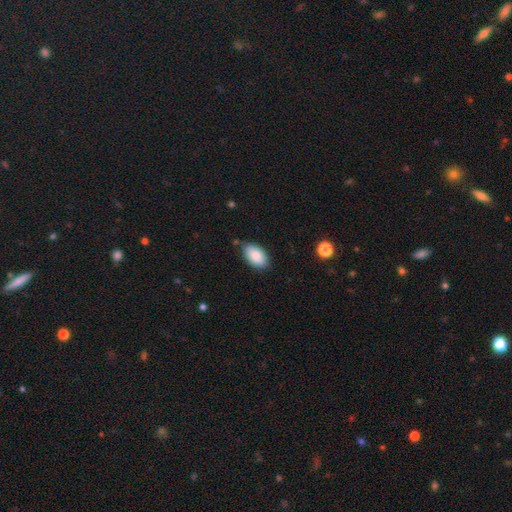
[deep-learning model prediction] smooth-or-featured: smooth: 88% | star or artifact: 6% | featured or disk: 6%
  how-rounded: in between: 95% | round: 4% | cigar-shaped: 2%
  merging: none: 79% | minor disturbance: 16% | major disturbance: 3% | merger: 2%